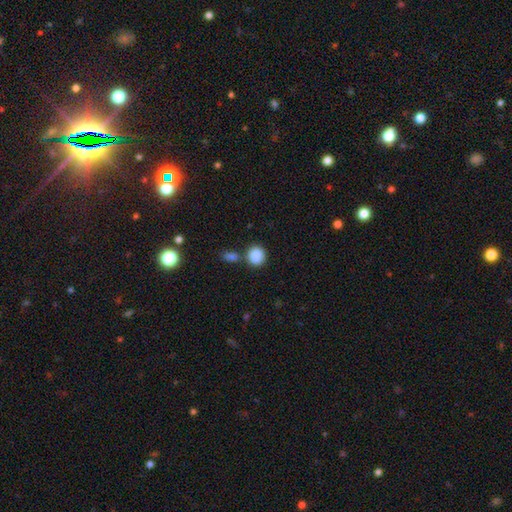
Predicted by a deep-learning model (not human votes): smooth 88%, star or artifact 8%, featured or disk 4%. Down the decision tree: how rounded — round (78%); merging — none (68%).